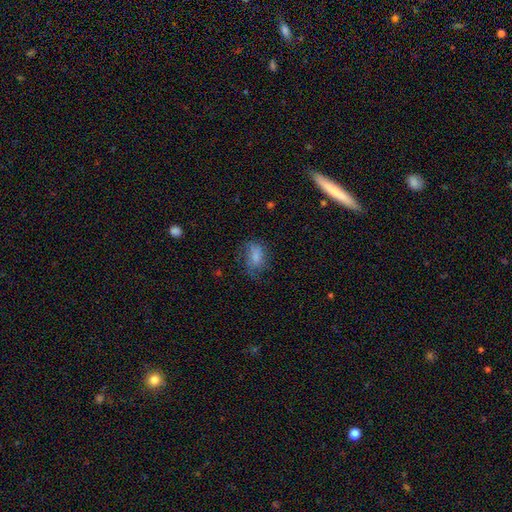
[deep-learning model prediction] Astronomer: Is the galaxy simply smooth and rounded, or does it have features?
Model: smooth — 72%.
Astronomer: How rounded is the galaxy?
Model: in between — 81%.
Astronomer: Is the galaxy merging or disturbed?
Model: none — 53%.